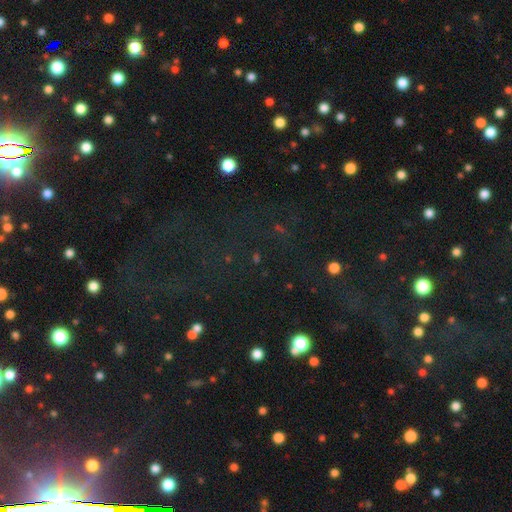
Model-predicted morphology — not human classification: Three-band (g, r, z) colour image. It shows a star or artifact, not a galaxy (75%).